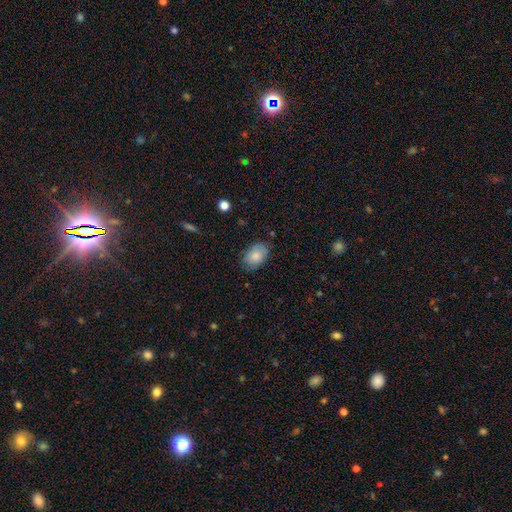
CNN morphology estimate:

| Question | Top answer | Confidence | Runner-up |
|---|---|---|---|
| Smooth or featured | smooth | 81% | featured or disk (12%) |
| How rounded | in between | 86% | round (12%) |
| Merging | none | 77% | minor disturbance (18%) |